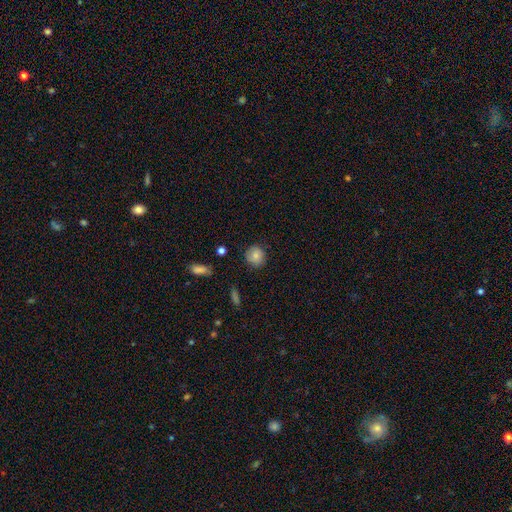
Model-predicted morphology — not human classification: Smooth or featured?
  - smooth: 82% *
  - featured or disk: 9%
  - star or artifact: 8%
How rounded?
  - round: 86% *
  - in between: 13%
  - cigar-shaped: 1%
Merging?
  - none: 82% *
  - minor disturbance: 14%
  - major disturbance: 3%
  - merger: 1%